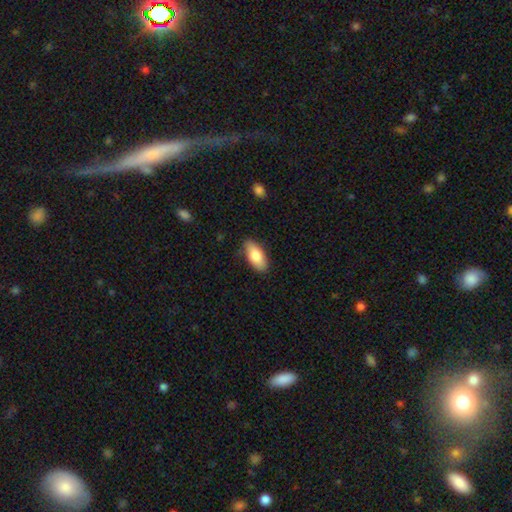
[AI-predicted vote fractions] Smooth or featured: smooth — 82% (featured or disk — 12%)
How rounded: in between — 89% (cigar-shaped — 9%)
Merging: none — 82% (minor disturbance — 14%)